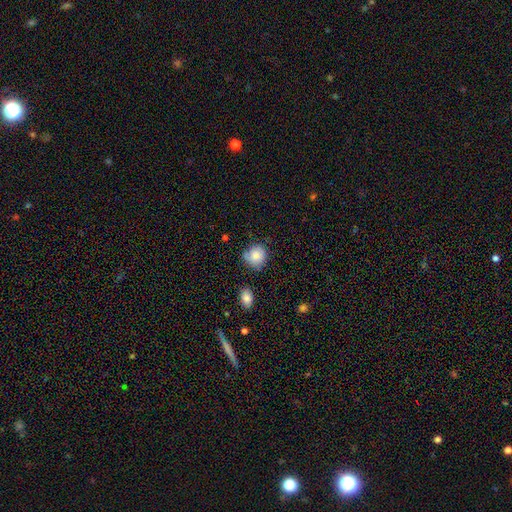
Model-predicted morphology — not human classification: Overall: smooth (81%). How rounded: round (81%). Merging: none (62%; minor disturbance 26%).